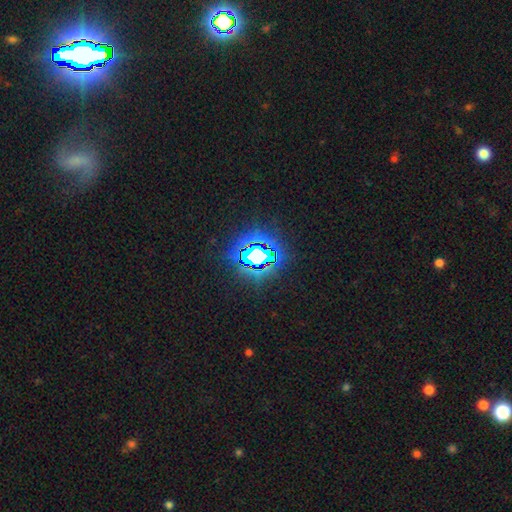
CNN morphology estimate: type=star or artifact (78%).